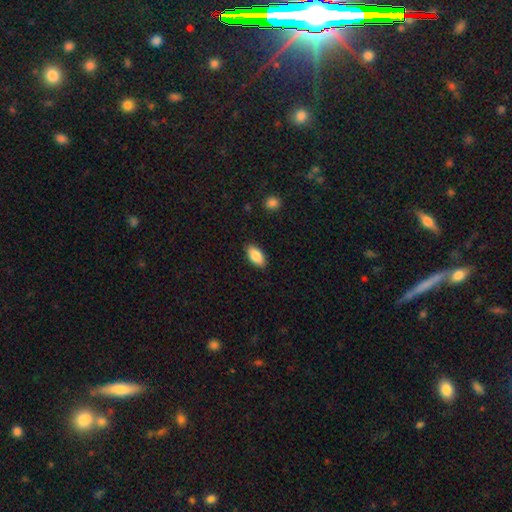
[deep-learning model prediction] Q: Smooth or featured?
A: smooth (86%); runner-up: featured or disk (8%)
Q: How rounded?
A: in between (91%); runner-up: cigar-shaped (6%)
Q: Merging?
A: none (88%); runner-up: minor disturbance (9%)